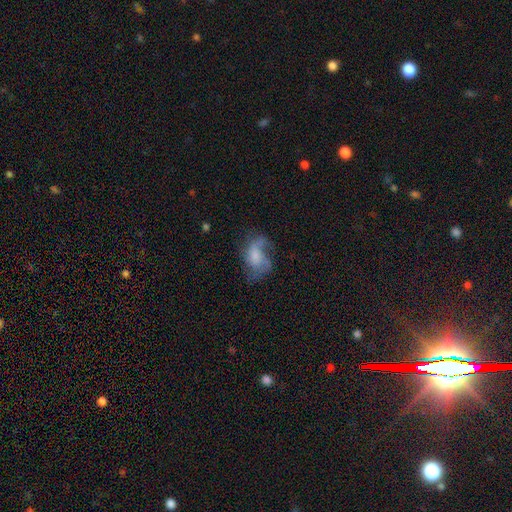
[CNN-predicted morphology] Q: Smooth or featured?
A: featured or disk (52%); runner-up: smooth (38%)
Q: Edge-on disk?
A: no (96%); runner-up: yes (4%)
Q: Bar?
A: no (66%); runner-up: weak (28%)
Q: Spiral arms?
A: yes (72%); runner-up: no (28%)
Q: Bulge size?
A: none (31%); runner-up: moderate (28%)
Q: Merging?
A: major disturbance (37%); runner-up: none (36%)